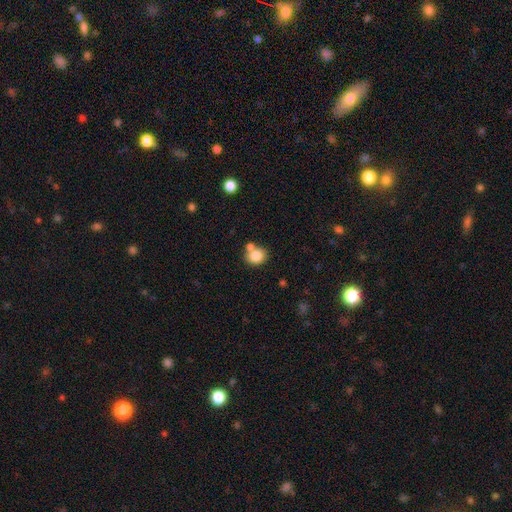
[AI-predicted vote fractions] Overall: smooth (81%). How rounded: round (76%). Merging: none (58%; merger 28%).